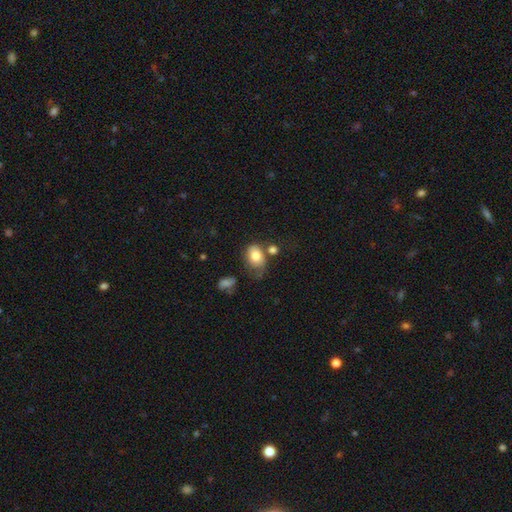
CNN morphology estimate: A smooth galaxy with no disk features (77%) that is in between round and cigar-shaped (73%). Merging: none (41%).